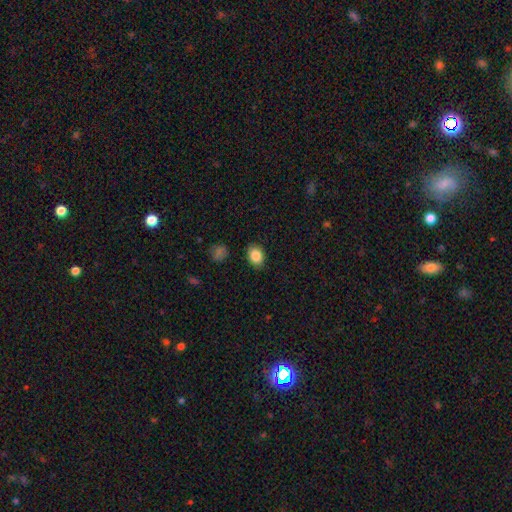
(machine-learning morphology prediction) A smooth galaxy with no disk features (86%) that is in between round and cigar-shaped (65%). Merging: none (87%).